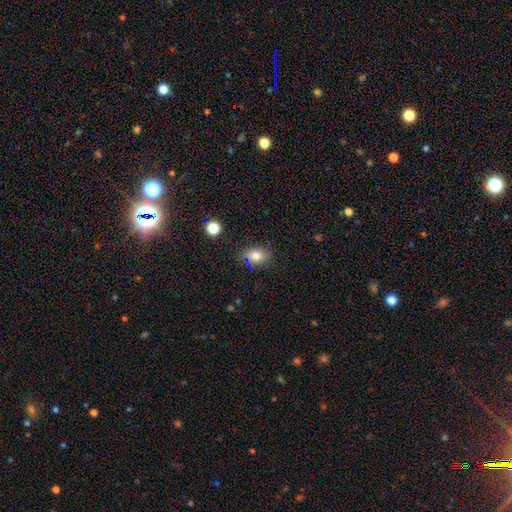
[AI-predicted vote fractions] smooth-or-featured: smooth: 77% | star or artifact: 13% | featured or disk: 9%
  how-rounded: in between: 59% | round: 40% | cigar-shaped: 1%
  merging: none: 80% | minor disturbance: 13% | merger: 4% | major disturbance: 3%